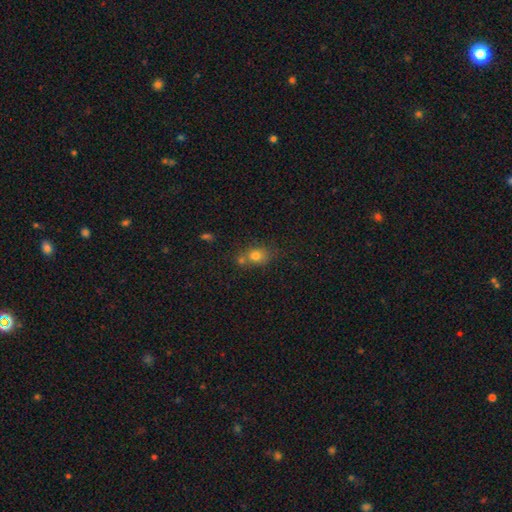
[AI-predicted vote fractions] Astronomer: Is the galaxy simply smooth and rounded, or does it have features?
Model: smooth — 77%.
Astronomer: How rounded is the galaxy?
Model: round — 53% (runner-up: in between, 46%).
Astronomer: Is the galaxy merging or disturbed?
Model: none — 48% (runner-up: merger, 33%).